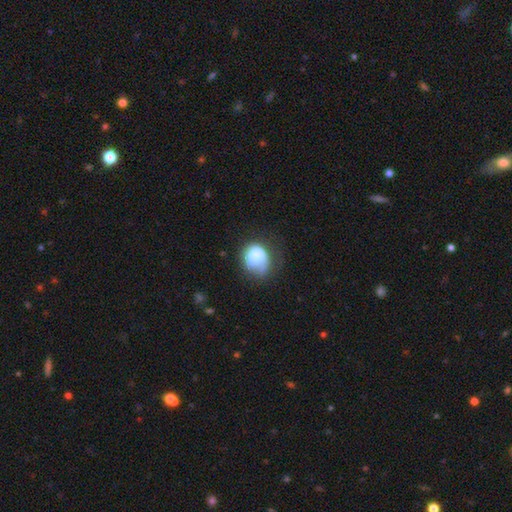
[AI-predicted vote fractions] A smooth galaxy with no disk features (58%) that is round (52%). Merging: none (37%).